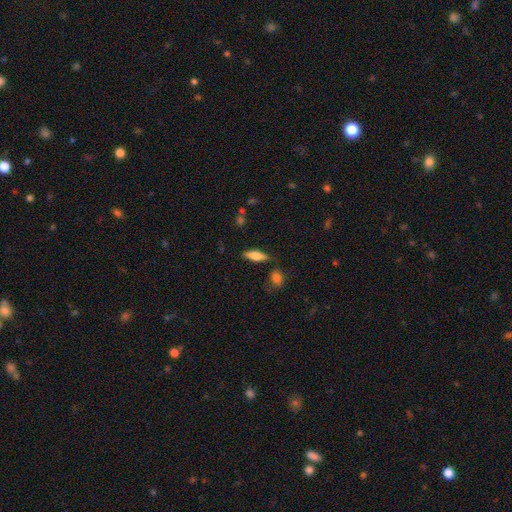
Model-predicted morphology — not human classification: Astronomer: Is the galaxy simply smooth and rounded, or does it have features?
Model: smooth — 62%.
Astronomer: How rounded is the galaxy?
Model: in between — 57% (runner-up: cigar-shaped, 40%).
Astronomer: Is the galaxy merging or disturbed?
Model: none — 80%.